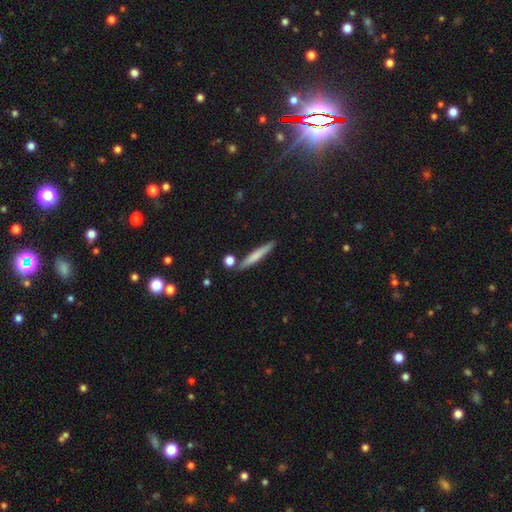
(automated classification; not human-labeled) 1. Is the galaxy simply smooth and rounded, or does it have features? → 67% smooth, 27% featured or disk, 6% star or artifact.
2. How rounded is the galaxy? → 94% cigar-shaped, 4% in between, 2% round.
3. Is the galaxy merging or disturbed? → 84% none, 9% minor disturbance, 6% merger, 2% major disturbance.